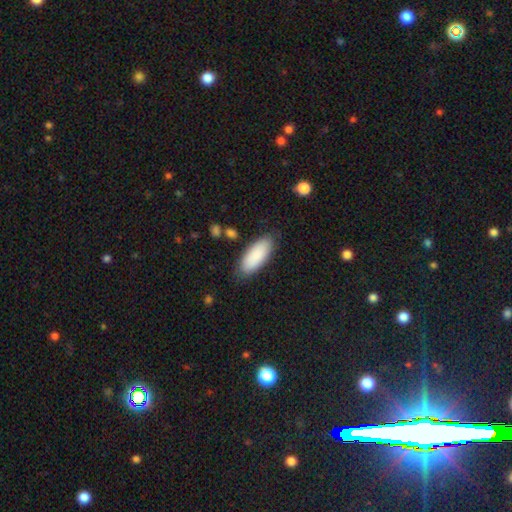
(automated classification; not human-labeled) Overall: smooth (88%). How rounded: in between (79%). Merging: none (84%).